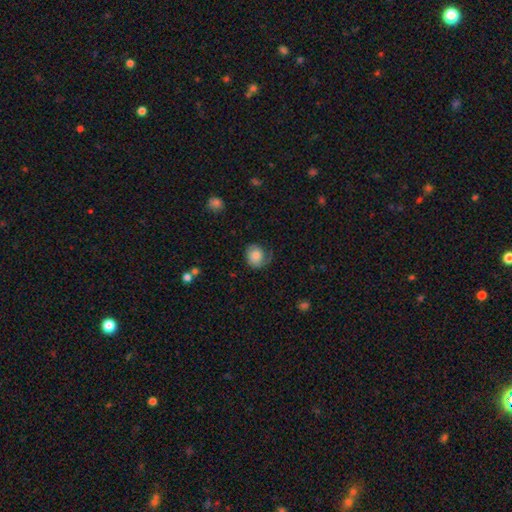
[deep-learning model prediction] smooth 72%, featured or disk 20%, star or artifact 8%. Down the decision tree: how rounded — round (72%); merging — none (52%).